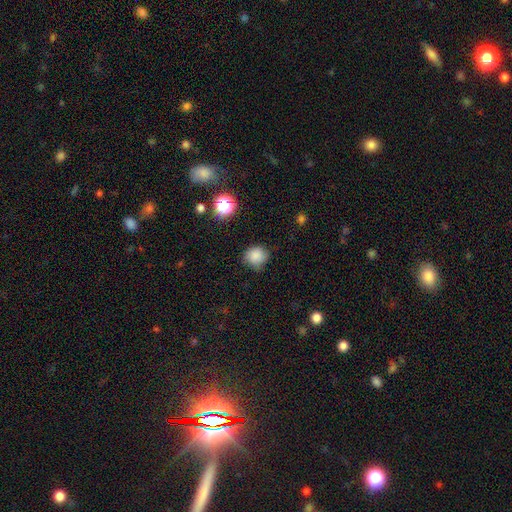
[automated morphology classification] This is clearly a smooth galaxy (84%). How rounded: clearly round (83%). Merging: likely none (75%).